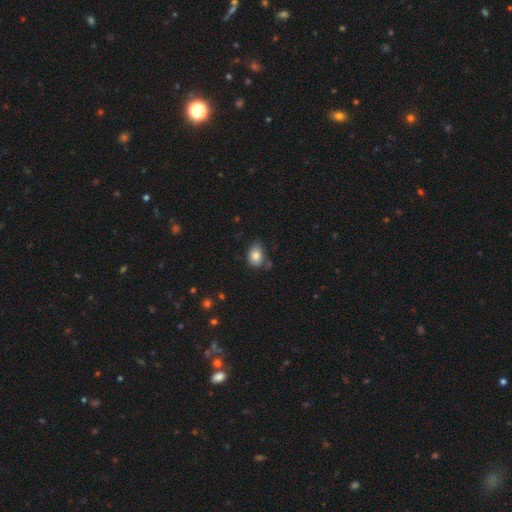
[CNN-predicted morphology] Q: Smooth or featured?
A: smooth (83%); runner-up: star or artifact (8%)
Q: How rounded?
A: in between (79%); runner-up: round (19%)
Q: Merging?
A: none (62%); runner-up: minor disturbance (26%)